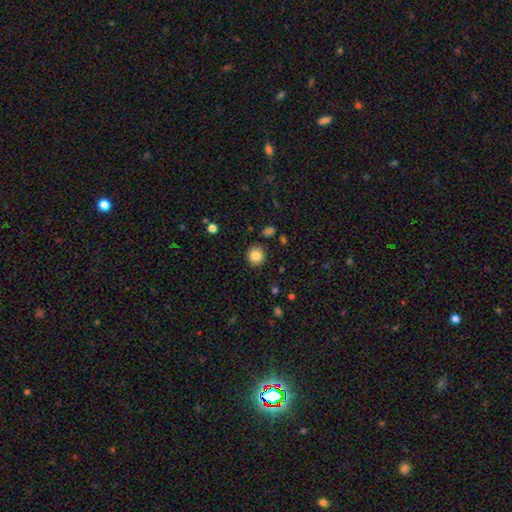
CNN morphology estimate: smooth 84%, star or artifact 10%, featured or disk 6%. Down the decision tree: how rounded — round (86%); merging — none (88%).